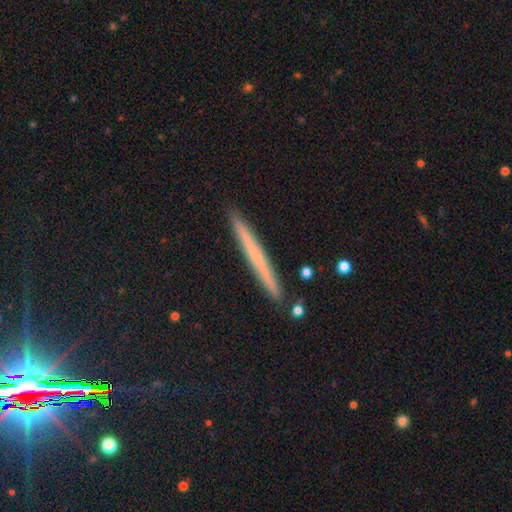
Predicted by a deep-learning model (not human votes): Smooth or featured: smooth — 50% (featured or disk — 40%)
Merging: none — 92% (minor disturbance — 6%)